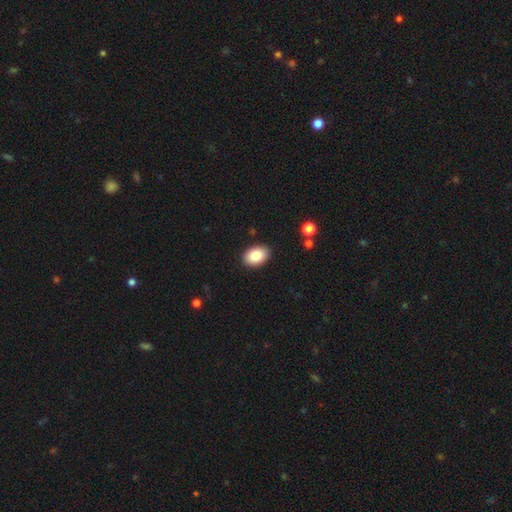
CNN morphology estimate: Q: Smooth or featured?
A: smooth (85%); runner-up: star or artifact (7%)
Q: How rounded?
A: in between (87%); runner-up: round (12%)
Q: Merging?
A: none (89%); runner-up: minor disturbance (8%)